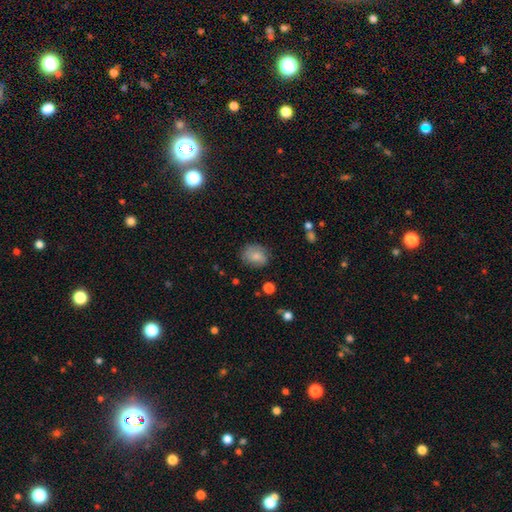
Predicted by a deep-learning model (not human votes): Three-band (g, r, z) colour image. It shows a smooth galaxy with no disk features (73%) that is in between round and cigar-shaped (52%). Merging: none (72%).